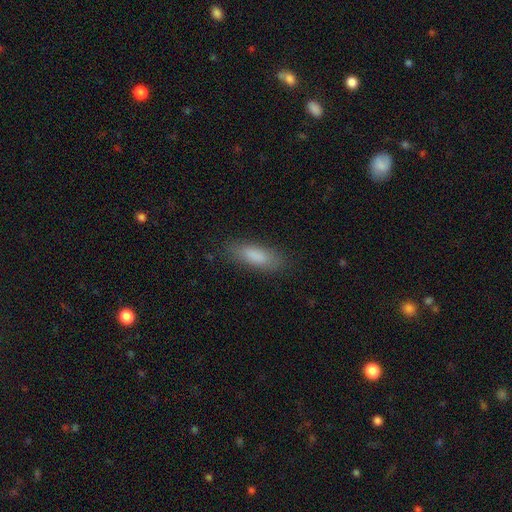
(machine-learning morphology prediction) This appears to be a smooth galaxy with no disk features (84%) that is in between round and cigar-shaped (56%). Merging: none (81%).